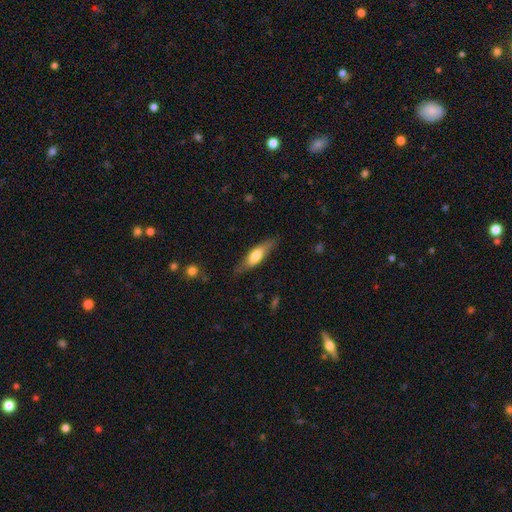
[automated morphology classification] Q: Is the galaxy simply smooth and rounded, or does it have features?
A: smooth — 61%.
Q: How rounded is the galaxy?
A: cigar-shaped — 54%.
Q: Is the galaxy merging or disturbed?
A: none — 76%.